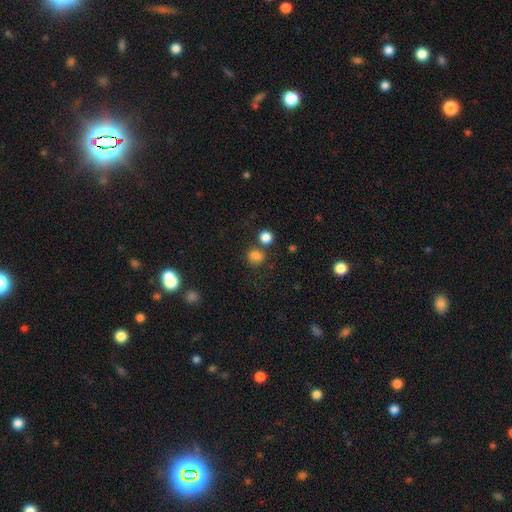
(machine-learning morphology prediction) type=smooth (80%); roundness=round (74%); merging=none (64%).